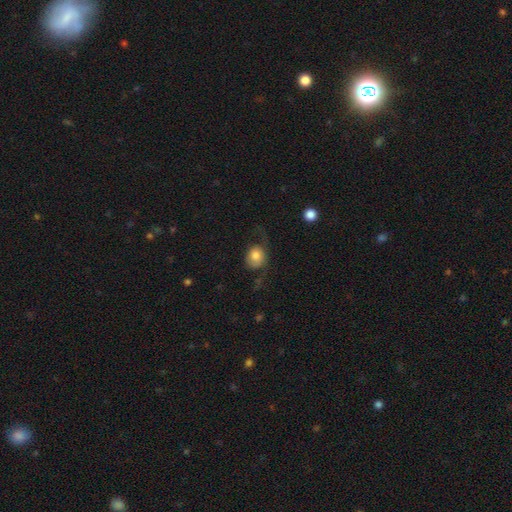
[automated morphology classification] A smooth galaxy with no disk features (73%) that is round (58%). Merging: none (43%).